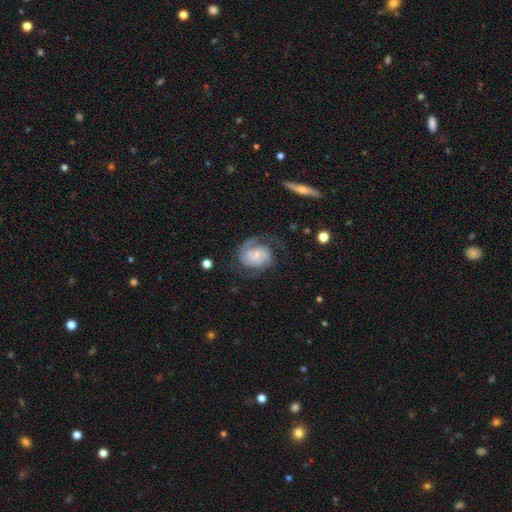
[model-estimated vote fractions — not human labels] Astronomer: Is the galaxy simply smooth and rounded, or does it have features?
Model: featured or disk — 85%.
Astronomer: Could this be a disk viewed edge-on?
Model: no — 98%.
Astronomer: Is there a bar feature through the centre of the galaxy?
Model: no — 45%, tied with weak at 45%.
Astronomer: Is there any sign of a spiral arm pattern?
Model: yes — 96%.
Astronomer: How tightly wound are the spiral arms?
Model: tight — 49% (runner-up: medium, 40%).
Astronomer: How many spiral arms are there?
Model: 2 — 64%.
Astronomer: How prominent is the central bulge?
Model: small — 60%.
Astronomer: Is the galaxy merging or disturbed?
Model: none — 63%.